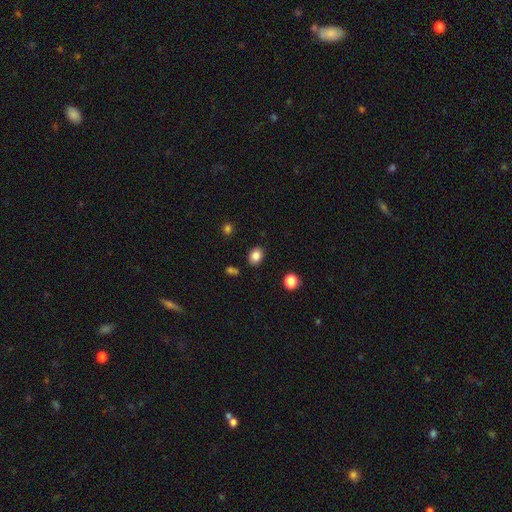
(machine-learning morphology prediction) The model was most divided on "how rounded": in between: 62%, round: 37%, cigar-shaped: 1%. More confident: merging — none (85%); smooth or featured — smooth (84%).